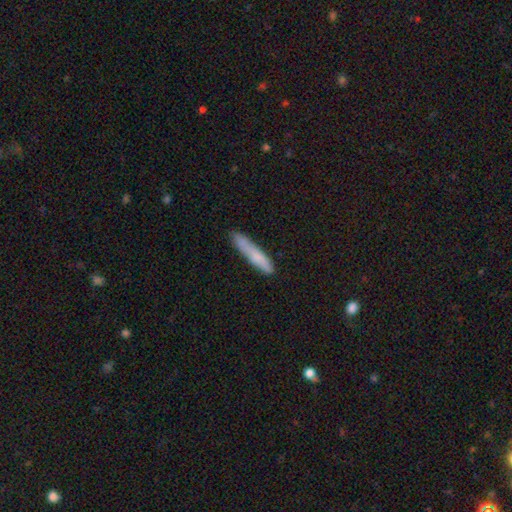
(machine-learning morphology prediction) Smooth or featured? Predicted: smooth (p=0.75). How rounded? Predicted: cigar-shaped (p=0.91). Merging? Predicted: none (p=0.76).